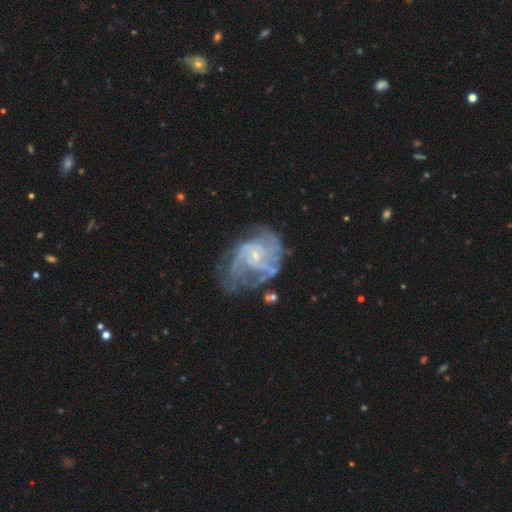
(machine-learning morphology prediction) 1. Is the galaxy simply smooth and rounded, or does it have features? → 84% featured or disk, 9% smooth, 7% star or artifact.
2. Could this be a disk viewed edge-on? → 98% no, 2% yes.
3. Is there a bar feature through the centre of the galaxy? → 57% no, 37% weak, 6% strong.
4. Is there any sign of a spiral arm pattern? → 89% yes, 11% no.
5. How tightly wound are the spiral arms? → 44% medium, 36% tight, 19% loose.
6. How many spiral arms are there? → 35% can't tell, 26% 2, 20% 3, 9% 4, 6% 1, 5% more than 4.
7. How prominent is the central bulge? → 78% small, 15% moderate, 5% none, 1% large, 1% dominant.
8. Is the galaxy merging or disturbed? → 42% none, 30% major disturbance, 24% minor disturbance, 4% merger.